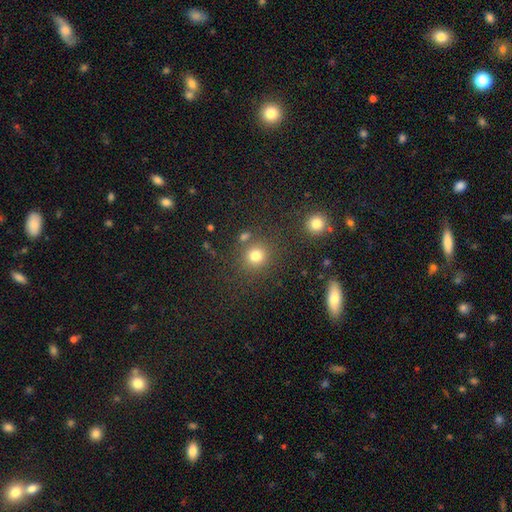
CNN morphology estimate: Smooth or featured? Predicted: smooth (p=0.78). How rounded? Predicted: round (p=0.88). Merging? Predicted: none (p=0.79).